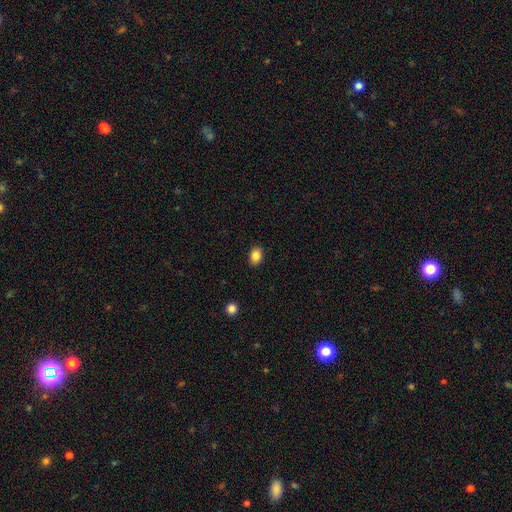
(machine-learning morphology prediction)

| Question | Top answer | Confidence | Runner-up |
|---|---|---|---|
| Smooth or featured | smooth | 86% | star or artifact (9%) |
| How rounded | in between | 73% | round (26%) |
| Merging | none | 89% | minor disturbance (8%) |